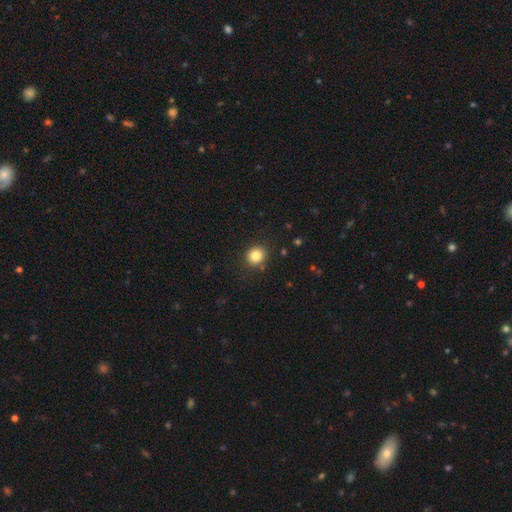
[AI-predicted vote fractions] smooth 83%, star or artifact 11%, featured or disk 6%. Down the decision tree: how rounded — round (85%); merging — none (89%).